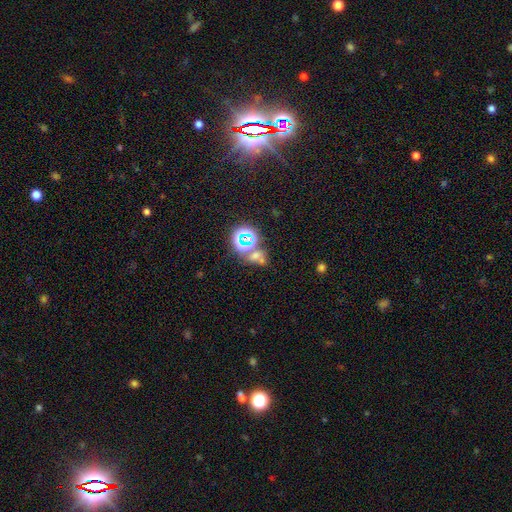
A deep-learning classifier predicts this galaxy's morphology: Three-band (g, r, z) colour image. It shows a star or artifact, not a galaxy (50%).